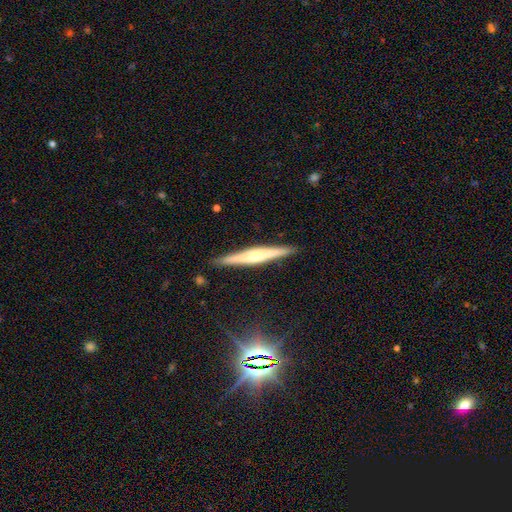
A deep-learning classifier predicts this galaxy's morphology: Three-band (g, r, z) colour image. It shows a featured or disk galaxy (69%) viewed edge-on (97%) with a rounded central bulge (82%). Merging: none (90%).